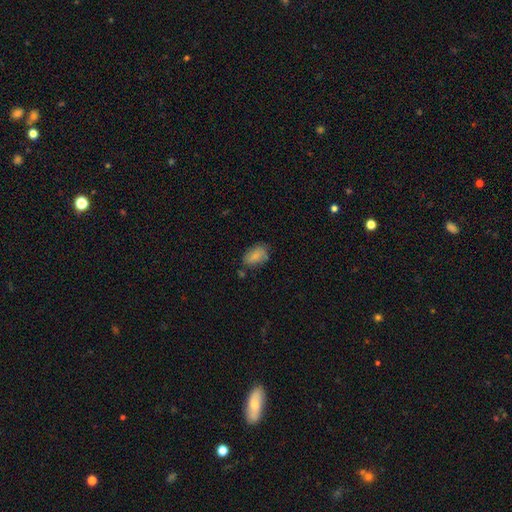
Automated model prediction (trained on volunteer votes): Smooth or featured?
  - smooth: 84% *
  - featured or disk: 9%
  - star or artifact: 8%
How rounded?
  - in between: 89% *
  - round: 9%
  - cigar-shaped: 2%
Merging?
  - none: 66% *
  - minor disturbance: 23%
  - major disturbance: 6%
  - merger: 5%